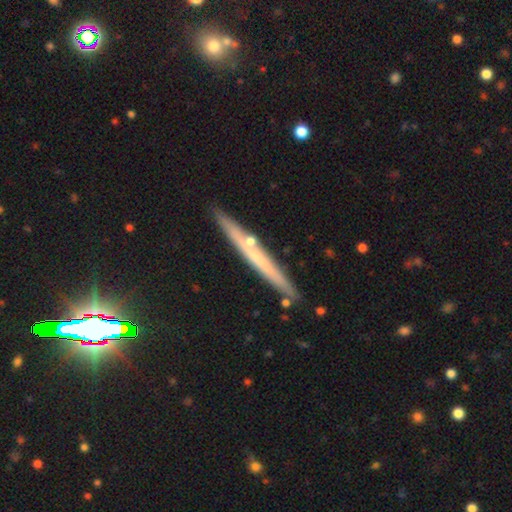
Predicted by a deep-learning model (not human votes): Overall: featured or disk (52%; smooth 40%). Edge-on disk: yes (94%). Merging: none (85%).